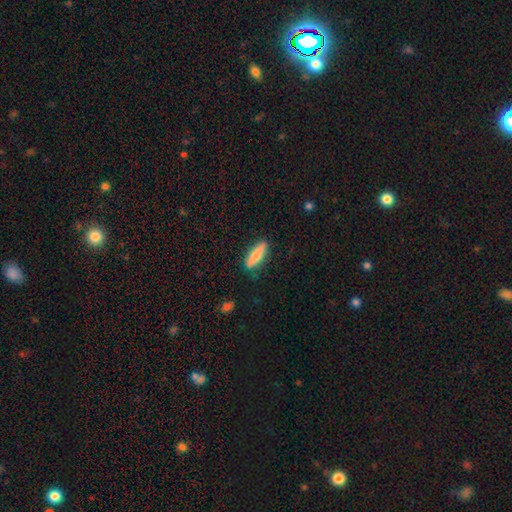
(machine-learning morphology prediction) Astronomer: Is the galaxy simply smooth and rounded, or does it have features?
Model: smooth — 63%.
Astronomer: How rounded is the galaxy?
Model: cigar-shaped — 66%.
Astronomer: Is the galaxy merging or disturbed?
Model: none — 85%.